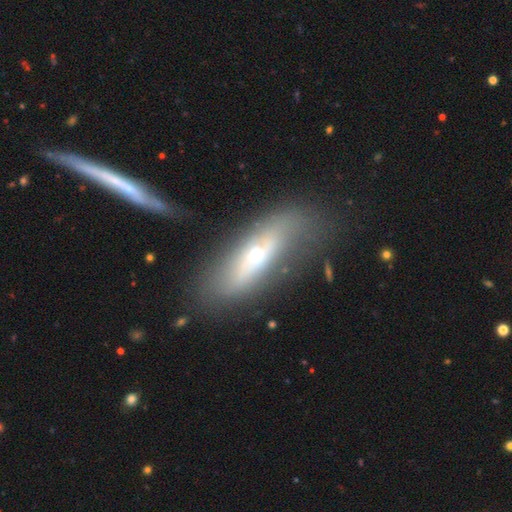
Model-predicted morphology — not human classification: Smooth or featured?
  - featured or disk: 50% *
  - smooth: 41%
  - star or artifact: 9%
Edge-on disk?
  - no: 65% *
  - yes: 35%
Merging?
  - none: 57% *
  - minor disturbance: 20%
  - major disturbance: 14%
  - merger: 8%